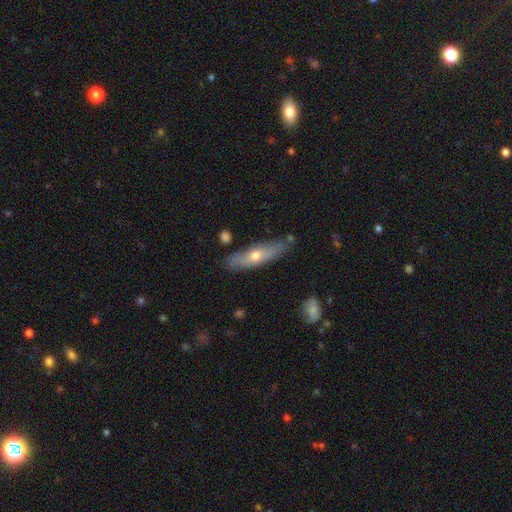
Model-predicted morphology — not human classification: Smooth or featured? featured or disk (47%, tied with smooth)
Merging? none (79%)